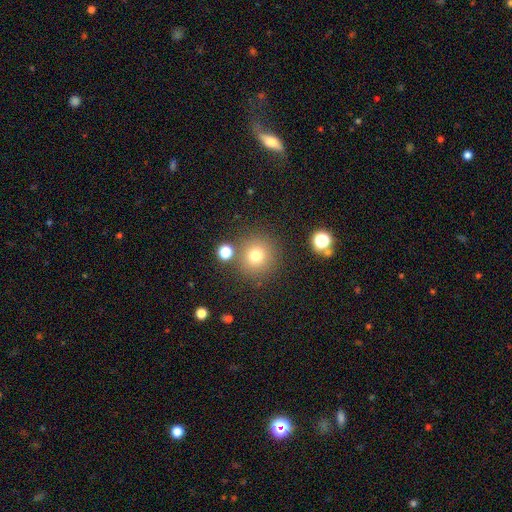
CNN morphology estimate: Smooth or featured? smooth (76%)
How rounded? round (93%)
Merging? none (81%)